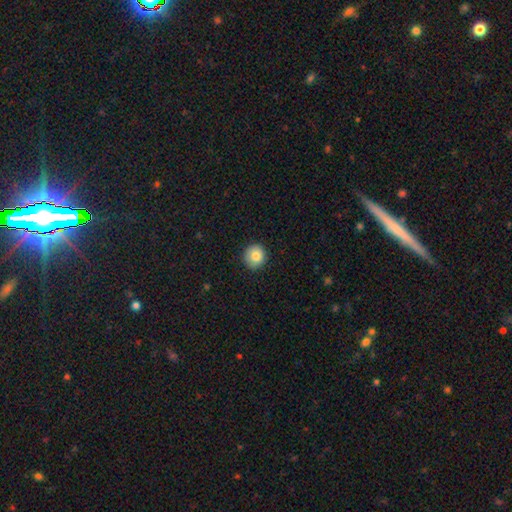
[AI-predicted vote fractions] Morphology: type=smooth (85%); roundness=round (91%); merging=none (88%).